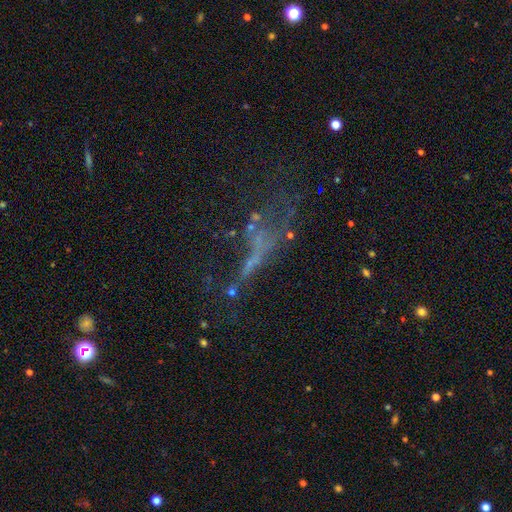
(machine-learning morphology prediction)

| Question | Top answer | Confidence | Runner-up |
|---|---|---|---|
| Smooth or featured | featured or disk | 46% | star or artifact (33%) |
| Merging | none | 37% | major disturbance (36%) |